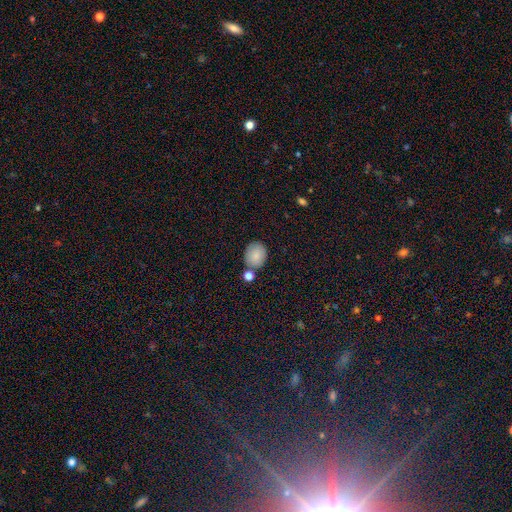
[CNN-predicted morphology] Smooth or featured: smooth — 85% (star or artifact — 8%)
How rounded: round — 54% (in between — 45%)
Merging: none — 71% (minor disturbance — 13%)